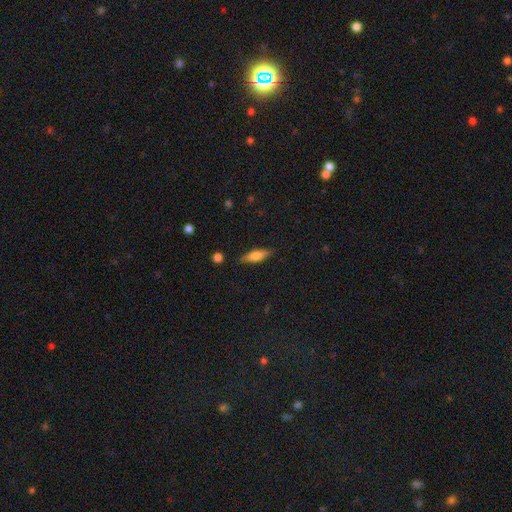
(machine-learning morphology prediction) Smooth or featured: smooth — 65% (featured or disk — 27%)
How rounded: cigar-shaped — 52% (in between — 46%)
Merging: none — 83% (minor disturbance — 13%)